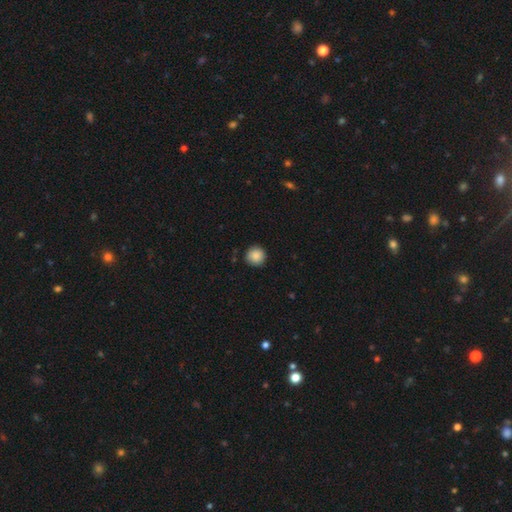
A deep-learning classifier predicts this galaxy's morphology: A smooth galaxy with no disk features (88%) that is round (95%). Merging: none (90%).